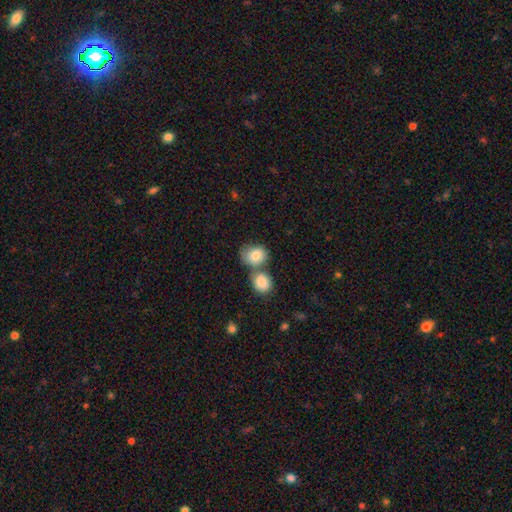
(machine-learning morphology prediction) The model was most divided on "how rounded": round: 53%, in between: 46%, cigar-shaped: 1%. Remaining: smooth or featured — smooth (83%); merging — merger (46%).